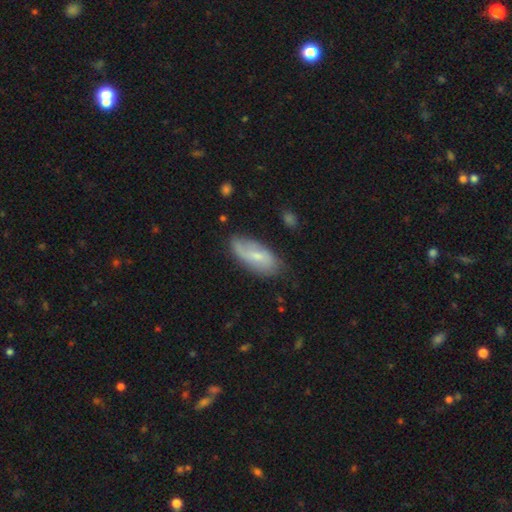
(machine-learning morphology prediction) This is possibly a smooth galaxy (48%). Merging: likely none (64%).